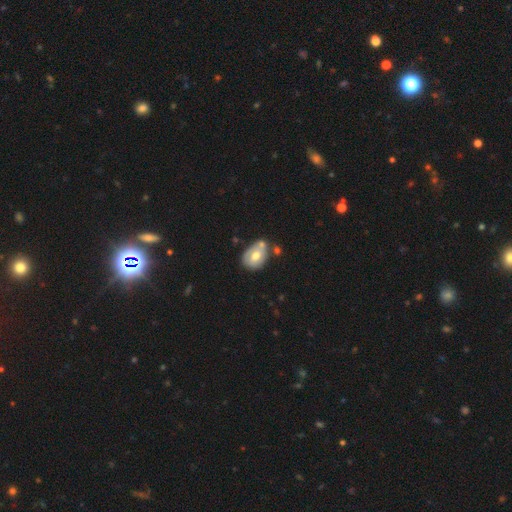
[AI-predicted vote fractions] This is possibly a smooth galaxy (55%). How rounded: likely in between (74%). Merging: marginally none (43%).